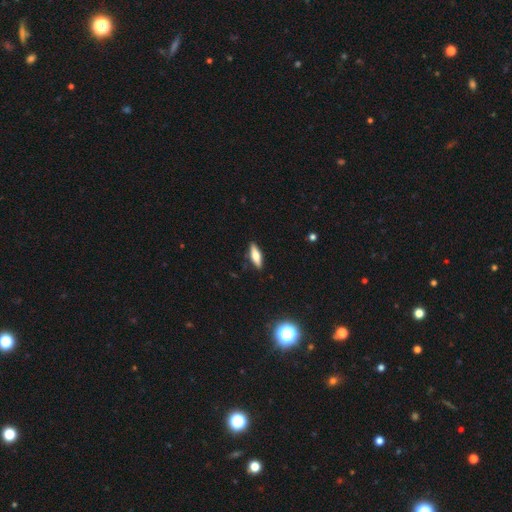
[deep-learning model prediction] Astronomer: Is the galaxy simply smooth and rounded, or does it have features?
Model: smooth — 59%.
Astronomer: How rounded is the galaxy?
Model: cigar-shaped — 51% (runner-up: in between, 47%).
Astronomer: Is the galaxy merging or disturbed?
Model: none — 88%.